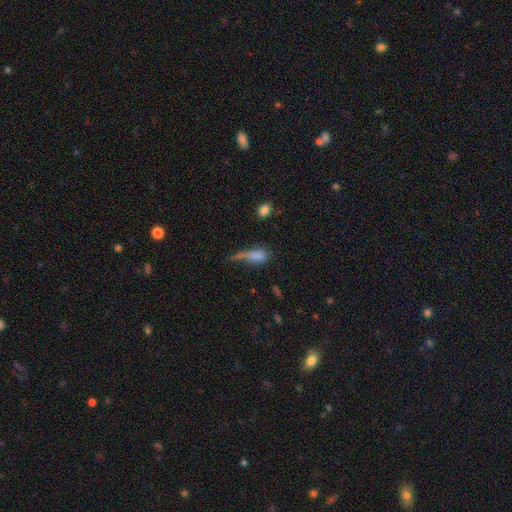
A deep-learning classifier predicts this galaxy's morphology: Smooth or featured: smooth — 72% (featured or disk — 17%)
How rounded: in between — 66% (cigar-shaped — 26%)
Merging: major disturbance — 41% (minor disturbance — 24%)